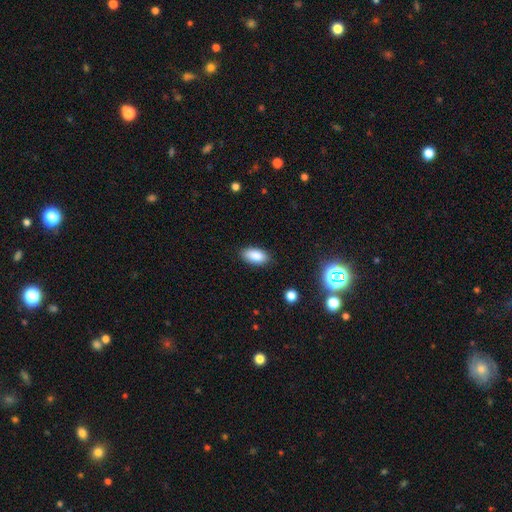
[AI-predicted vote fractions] The model was most divided on "merging": none: 86%, minor disturbance: 11%, major disturbance: 2%, merger: 1%. More confident: how rounded — in between (92%); smooth or featured — smooth (87%).